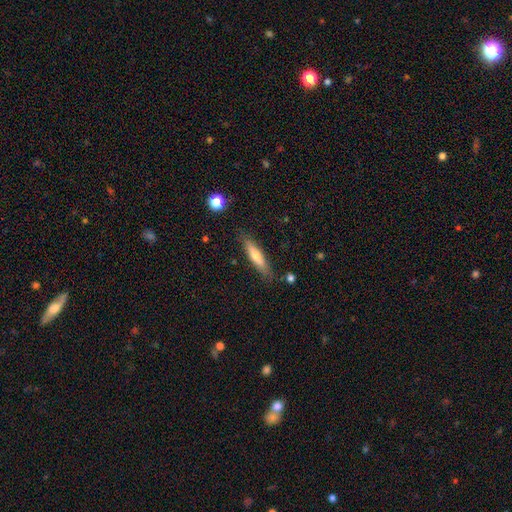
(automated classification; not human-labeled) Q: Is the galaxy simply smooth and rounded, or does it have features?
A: smooth — 61%.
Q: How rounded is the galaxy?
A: cigar-shaped — 81%.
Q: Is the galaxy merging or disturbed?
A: none — 83%.